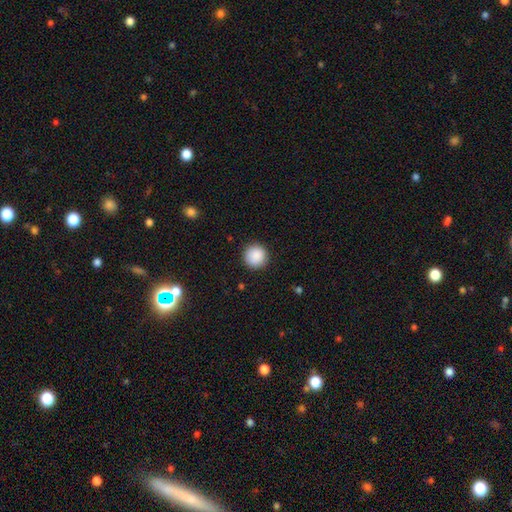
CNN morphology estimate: Smooth or featured? Predicted: smooth (p=0.89). How rounded? Predicted: round (p=0.96). Merging? Predicted: none (p=0.91).